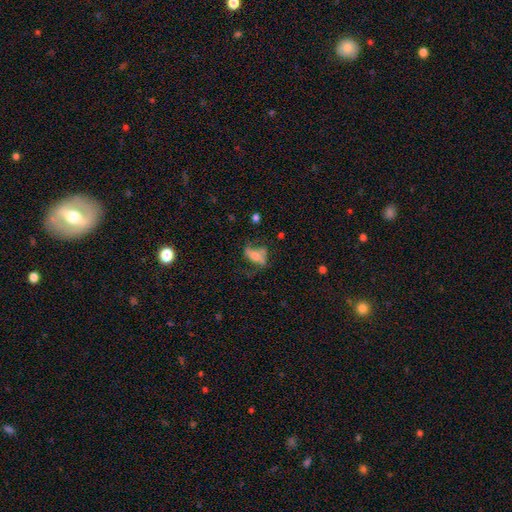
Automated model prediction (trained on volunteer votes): Smooth or featured: featured or disk — 47% (smooth — 43%)
Merging: none — 43% (major disturbance — 27%)